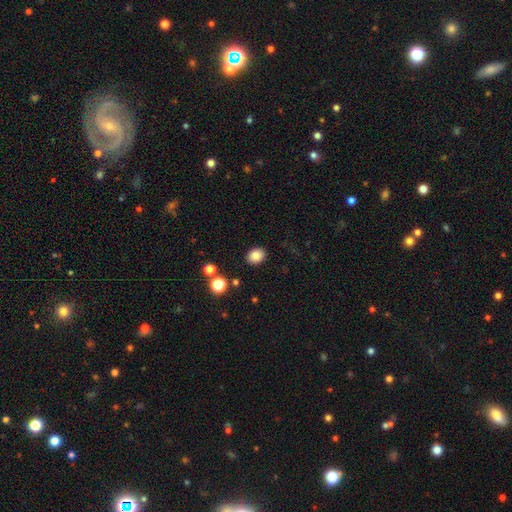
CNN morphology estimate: A smooth galaxy with no disk features (84%) that is in between round and cigar-shaped (55%).

Vote fractions:
- Smooth or featured? smooth: 84% / star or artifact: 11% / featured or disk: 5%
- How rounded? in between: 55% / round: 44% / cigar-shaped: 1%
- Merging? none: 88% / minor disturbance: 8% / major disturbance: 2% / merger: 2%